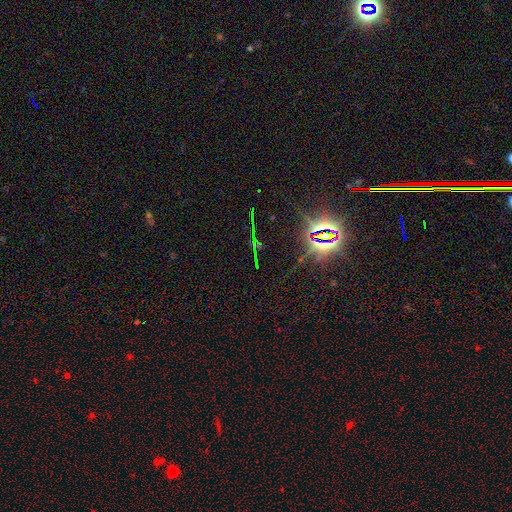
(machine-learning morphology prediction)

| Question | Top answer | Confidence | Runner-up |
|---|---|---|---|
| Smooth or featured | star or artifact | 83% | featured or disk (9%) |